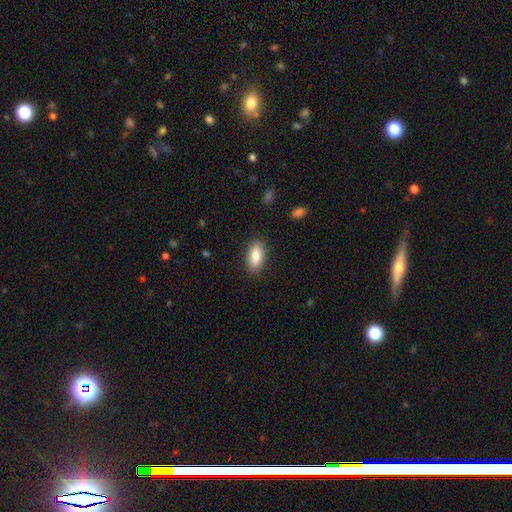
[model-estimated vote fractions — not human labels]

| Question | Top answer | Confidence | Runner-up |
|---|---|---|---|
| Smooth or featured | smooth | 87% | featured or disk (7%) |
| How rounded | in between | 89% | cigar-shaped (8%) |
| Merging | none | 87% | minor disturbance (9%) |